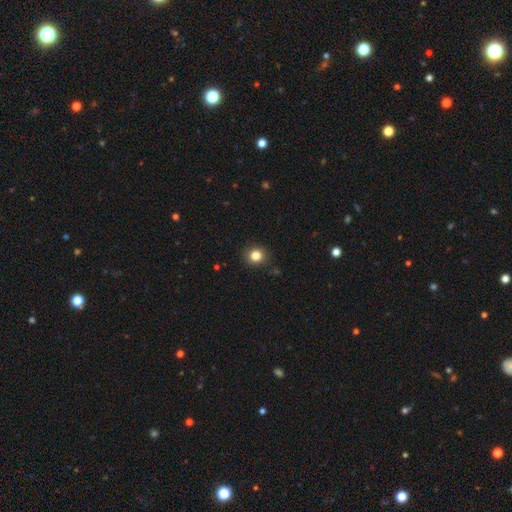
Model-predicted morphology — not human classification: smooth-or-featured: smooth: 83% | star or artifact: 12% | featured or disk: 5%
  how-rounded: round: 86% | in between: 14% | cigar-shaped: 1%
  merging: none: 90% | minor disturbance: 7% | major disturbance: 2% | merger: 1%